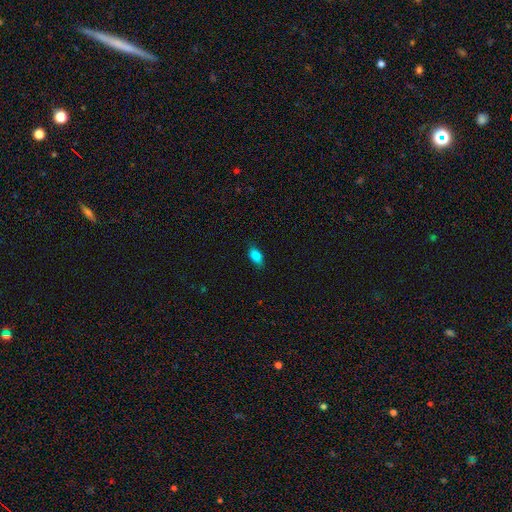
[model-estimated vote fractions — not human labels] Smooth or featured? smooth (86%)
How rounded? in between (89%)
Merging? none (80%)